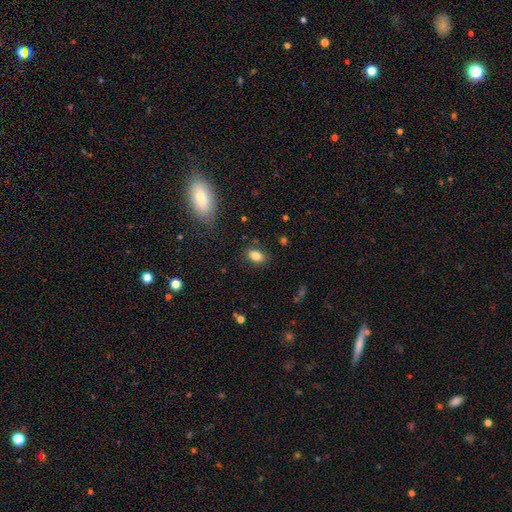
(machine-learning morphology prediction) smooth-or-featured: smooth: 83% | star or artifact: 9% | featured or disk: 7%
  how-rounded: in between: 86% | round: 12% | cigar-shaped: 2%
  merging: none: 82% | minor disturbance: 13% | major disturbance: 3% | merger: 2%